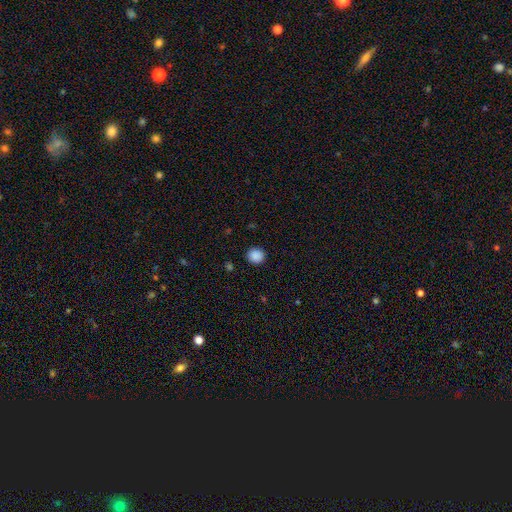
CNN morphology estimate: smooth_or_featured: smooth (p=0.88) [alt: star or artifact p=0.09]
how_rounded: round (p=0.85) [alt: in between p=0.14]
merging: none (p=0.91) [alt: minor disturbance p=0.06]